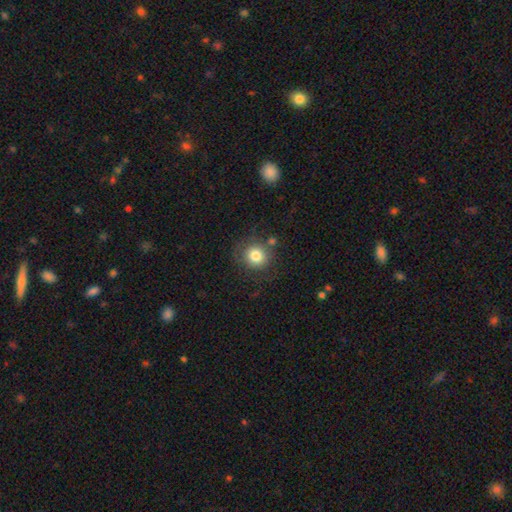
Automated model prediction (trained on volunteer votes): smooth 80%, star or artifact 10%, featured or disk 10%. Down the decision tree: how rounded — round (89%); merging — none (75%).